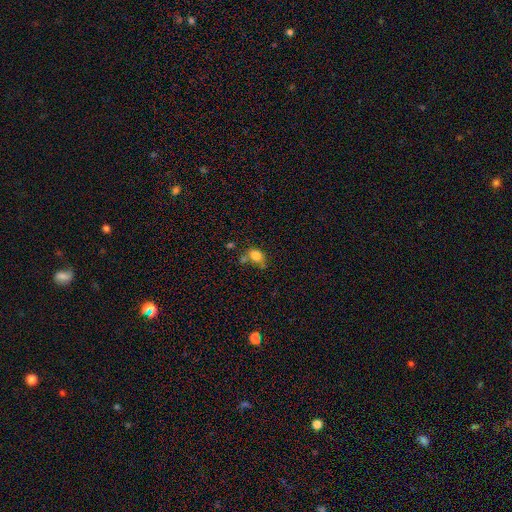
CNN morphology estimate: type=smooth (80%); roundness=in between (52%); merging=none (48%).